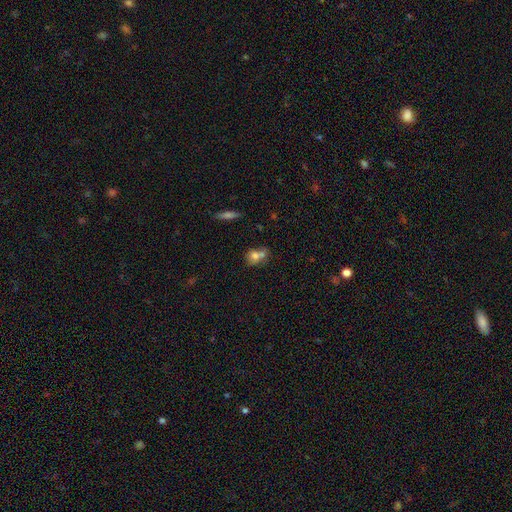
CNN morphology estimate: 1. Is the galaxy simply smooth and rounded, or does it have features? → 70% smooth, 19% featured or disk, 11% star or artifact.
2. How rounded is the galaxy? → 57% round, 40% in between, 3% cigar-shaped.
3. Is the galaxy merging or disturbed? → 55% merger, 31% none, 10% minor disturbance, 4% major disturbance.